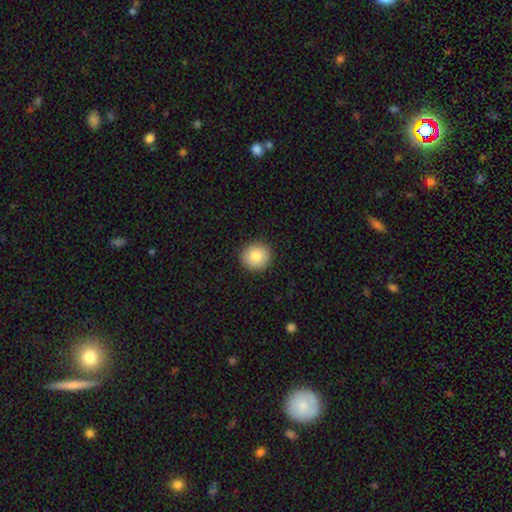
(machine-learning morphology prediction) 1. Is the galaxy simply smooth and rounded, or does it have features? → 83% smooth, 8% featured or disk, 8% star or artifact.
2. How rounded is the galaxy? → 89% round, 10% in between, 1% cigar-shaped.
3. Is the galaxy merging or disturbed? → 92% none, 6% minor disturbance, 2% major disturbance, 1% merger.